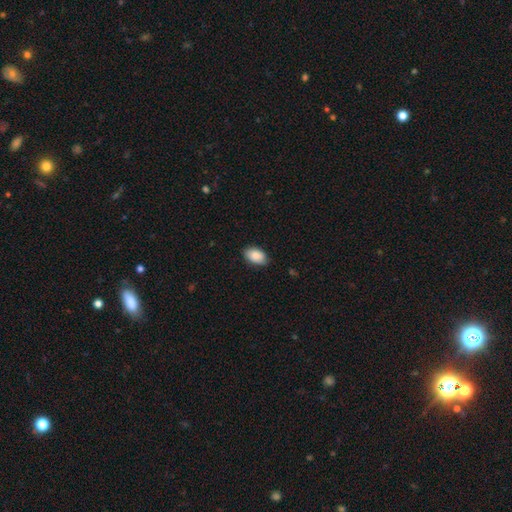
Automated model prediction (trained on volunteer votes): This appears to be a smooth galaxy with no disk features (87%) that is in between round and cigar-shaped (92%). Merging: none (81%).